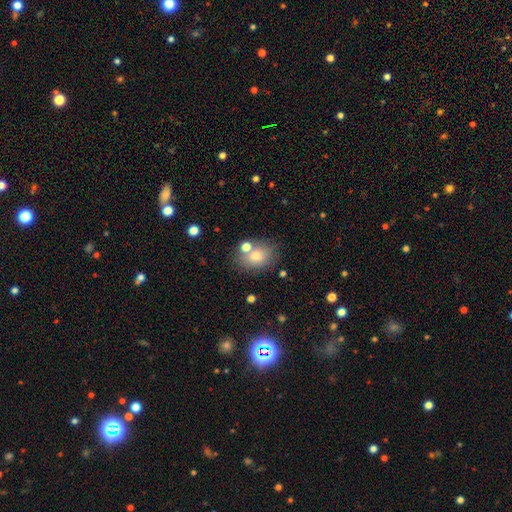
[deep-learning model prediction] The model was most divided on "how rounded": in between: 57%, round: 42%, cigar-shaped: 1%. More confident: smooth or featured — smooth (72%); merging — none (67%).